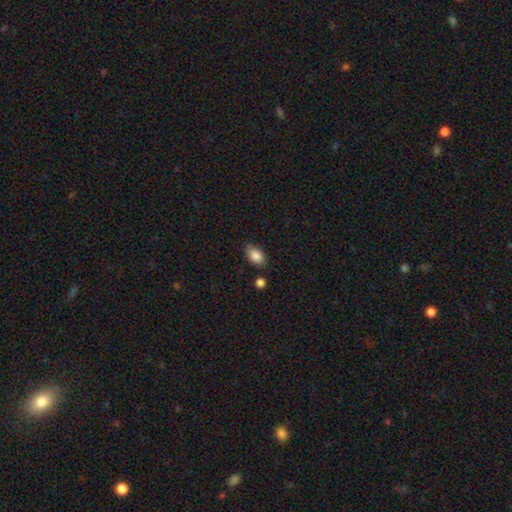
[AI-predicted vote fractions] A smooth galaxy with no disk features (86%) that is in between round and cigar-shaped (89%). Merging: none (77%).